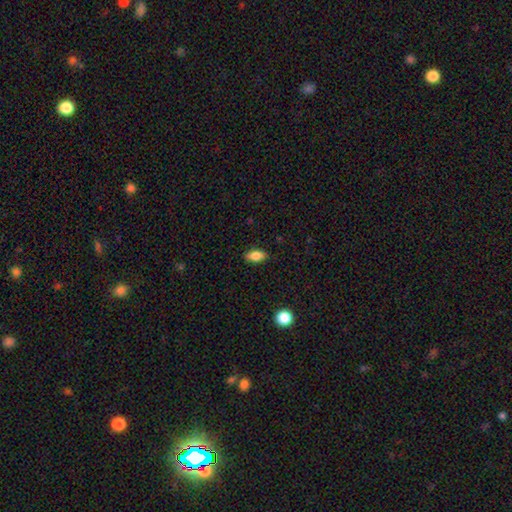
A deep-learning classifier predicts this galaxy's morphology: Smooth or featured? Predicted: smooth (p=0.84). How rounded? Predicted: in between (p=0.89). Merging? Predicted: none (p=0.87).